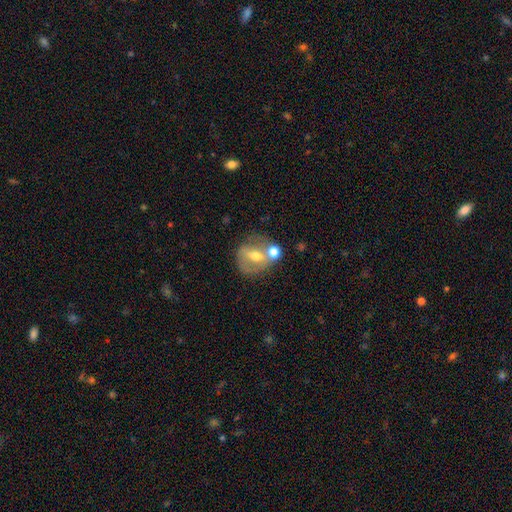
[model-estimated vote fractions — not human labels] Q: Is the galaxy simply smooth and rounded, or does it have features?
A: featured or disk — 49%.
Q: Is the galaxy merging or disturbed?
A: none — 46%.